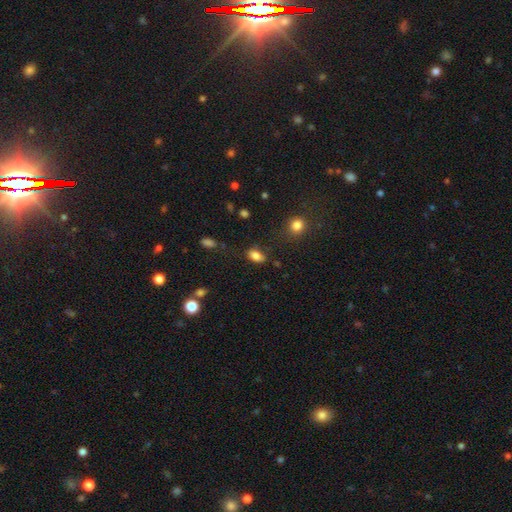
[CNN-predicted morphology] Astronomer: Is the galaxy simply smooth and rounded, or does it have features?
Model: smooth — 83%.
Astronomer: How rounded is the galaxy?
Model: in between — 87%.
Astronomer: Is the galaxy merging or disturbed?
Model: none — 72%.